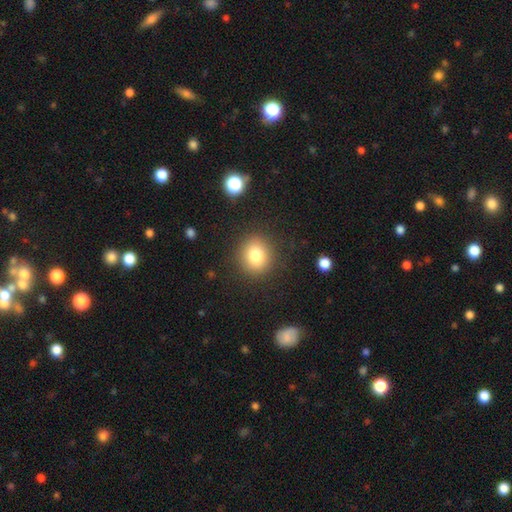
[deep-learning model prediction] Overall: smooth (80%). How rounded: round (81%). Merging: none (88%).